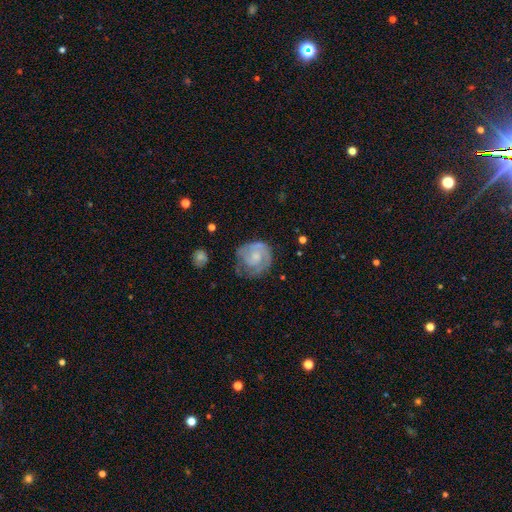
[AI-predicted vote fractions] This is likely a featured or disk galaxy (72%). It is clearly not viewed edge-on (98%). Bar: likely no (69%). Spiral arm pattern: clearly yes (88%). Spiral arm count: possibly 2 (47%). Spiral winding: possibly tight (59%). Central bulge: possibly small (46%). Merging: likely none (60%).